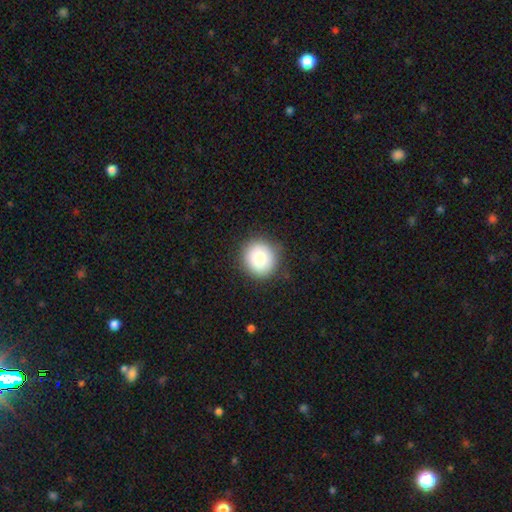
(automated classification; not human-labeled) smooth 80%, featured or disk 11%, star or artifact 9%. Down the decision tree: how rounded — round (91%); merging — none (87%).